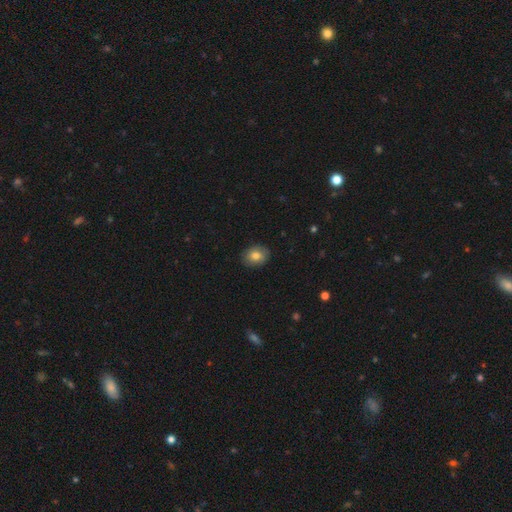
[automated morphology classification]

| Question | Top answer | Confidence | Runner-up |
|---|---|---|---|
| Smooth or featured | smooth | 78% | featured or disk (13%) |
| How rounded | in between | 55% | round (44%) |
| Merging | none | 86% | minor disturbance (10%) |